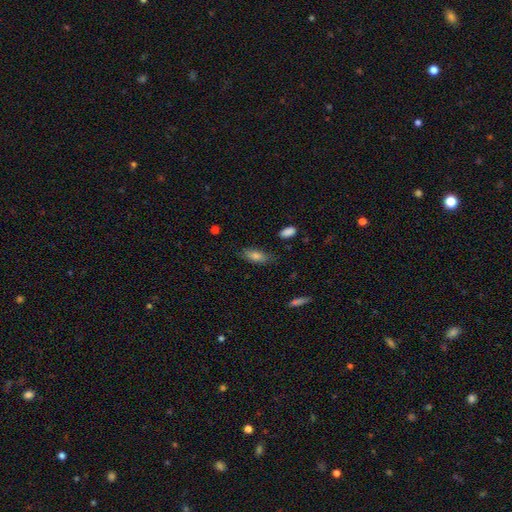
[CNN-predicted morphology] This appears to be a smooth galaxy with no disk features (75%) that is in between round and cigar-shaped (75%). Merging: none (76%).